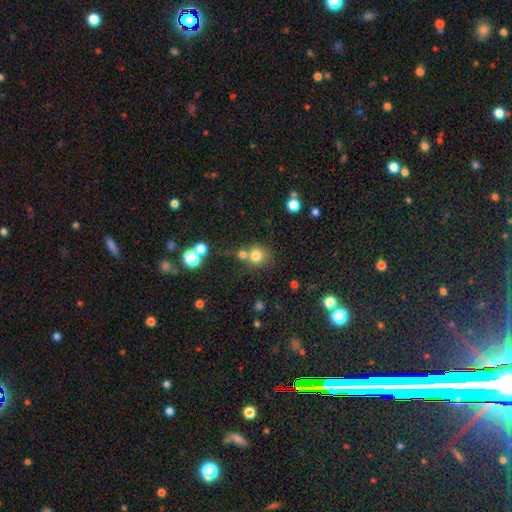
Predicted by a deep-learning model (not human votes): Smooth or featured? Predicted: smooth (p=0.77). How rounded? Predicted: round (p=0.88). Merging? Predicted: none (p=0.57).